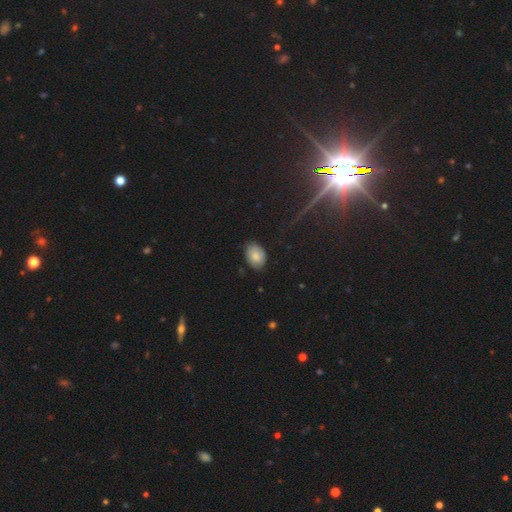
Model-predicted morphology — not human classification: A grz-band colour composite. It shows a smooth galaxy with no disk features (80%) that is in between round and cigar-shaped (75%). Merging: none (78%).